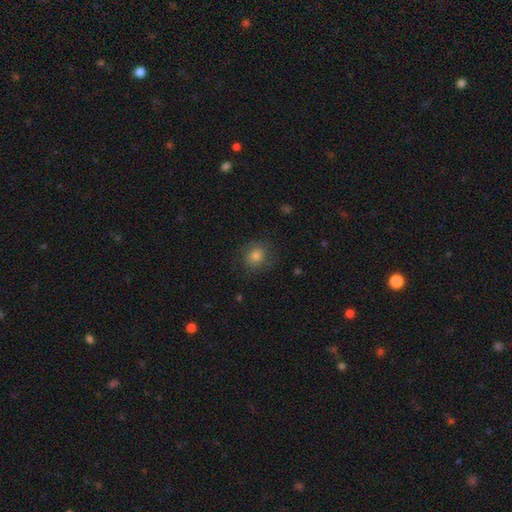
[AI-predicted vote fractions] Smooth or featured: smooth — 66% (featured or disk — 19%)
How rounded: round — 81% (in between — 18%)
Merging: none — 78% (minor disturbance — 14%)